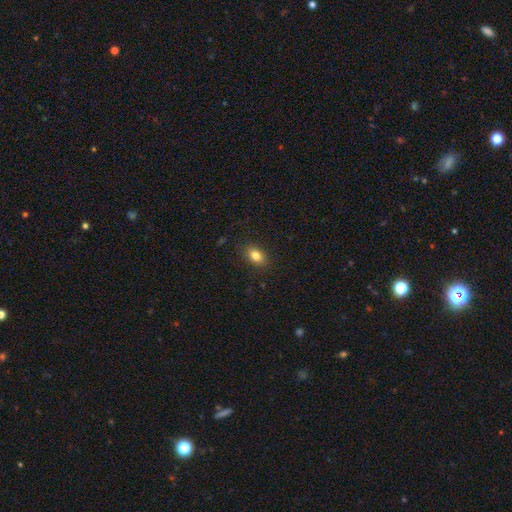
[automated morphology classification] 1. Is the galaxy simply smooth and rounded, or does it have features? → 82% smooth, 10% star or artifact, 8% featured or disk.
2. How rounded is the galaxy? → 80% in between, 18% round, 2% cigar-shaped.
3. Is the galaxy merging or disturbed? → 87% none, 9% minor disturbance, 2% major disturbance, 1% merger.